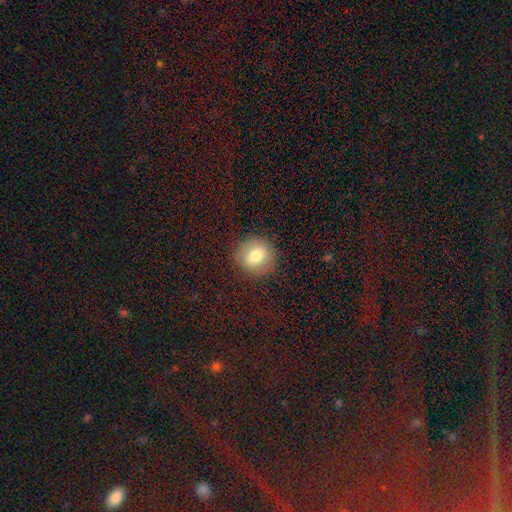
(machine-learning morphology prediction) type=smooth (72%); roundness=round (85%); merging=none (86%).